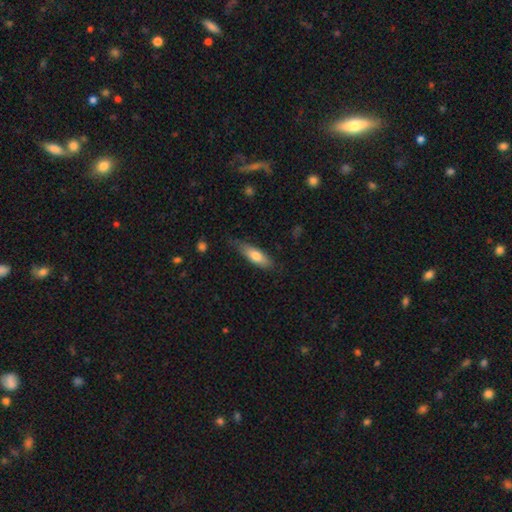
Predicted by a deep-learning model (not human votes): Smooth or featured? smooth (71%)
How rounded? in between (54%)
Merging? none (66%)